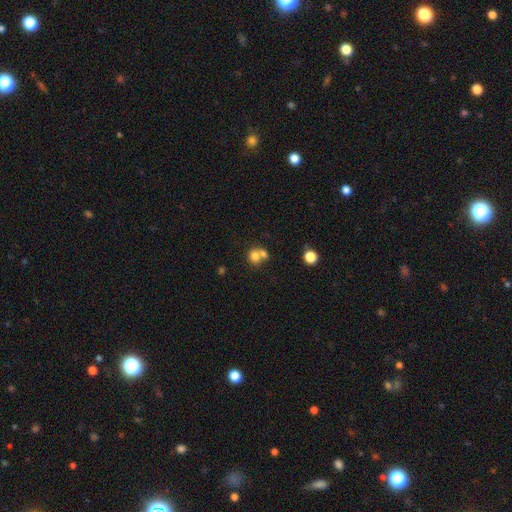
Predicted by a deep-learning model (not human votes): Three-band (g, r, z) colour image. It shows a smooth galaxy with no disk features (75%) that is round (68%). Merging: merger (56%).